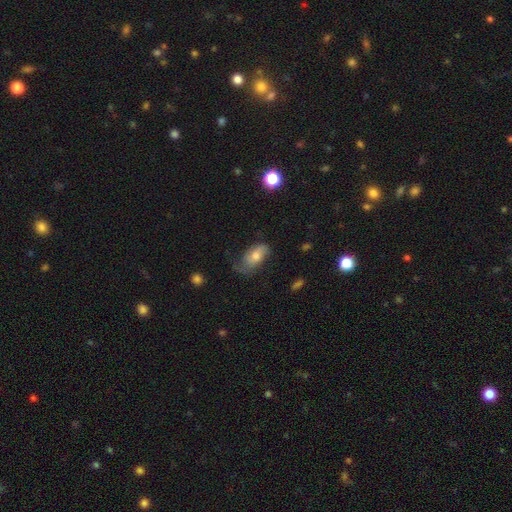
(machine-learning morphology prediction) This is possibly a smooth galaxy (52%). How rounded: clearly in between (89%). Merging: marginally none (42%).